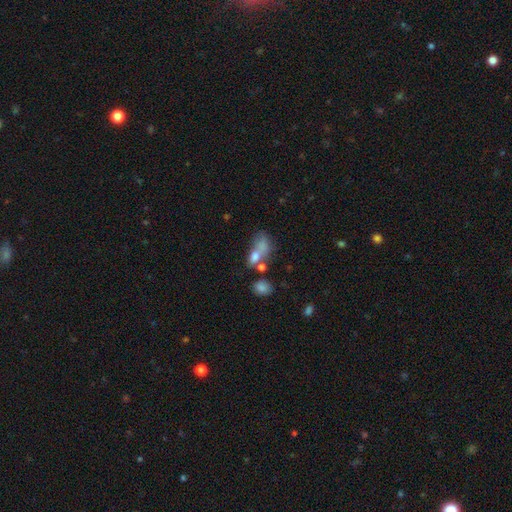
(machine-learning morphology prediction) A smooth galaxy with no disk features (68%) that is in between round and cigar-shaped (76%).

Vote fractions:
- Smooth or featured? smooth: 68% / featured or disk: 19% / star or artifact: 12%
- How rounded? in between: 76% / round: 19% / cigar-shaped: 5%
- Merging? merger: 43% / none: 24% / major disturbance: 18% / minor disturbance: 15%